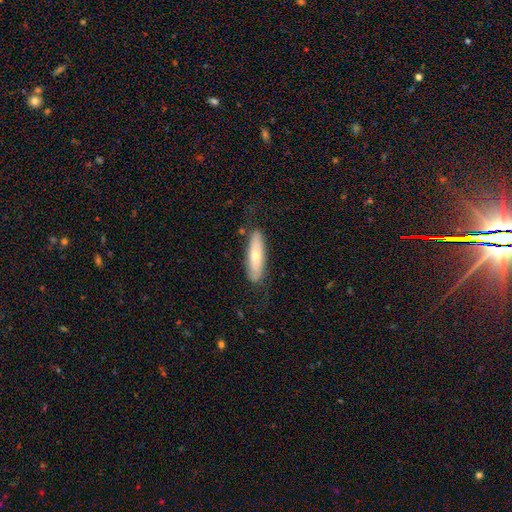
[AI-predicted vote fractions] smooth_or_featured: smooth (p=0.57) [alt: featured or disk p=0.37]
how_rounded: cigar-shaped (p=0.56) [alt: in between p=0.42]
merging: none (p=0.79) [alt: minor disturbance p=0.16]